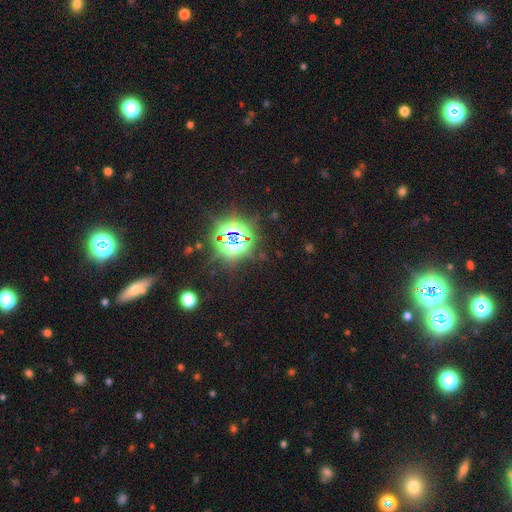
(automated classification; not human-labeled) Smooth or featured?
  - star or artifact: 80% *
  - smooth: 13%
  - featured or disk: 7%